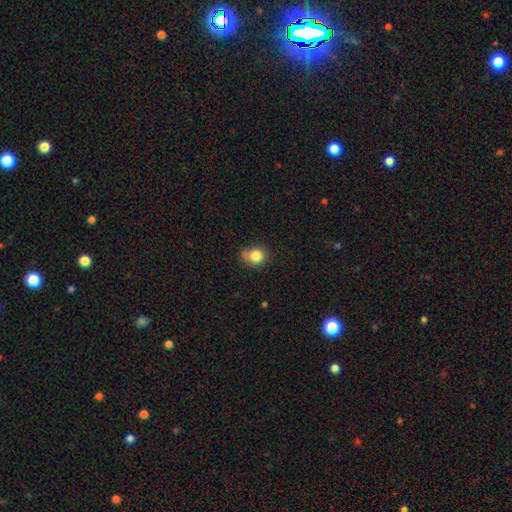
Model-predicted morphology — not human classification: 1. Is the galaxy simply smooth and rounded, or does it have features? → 82% smooth, 10% star or artifact, 8% featured or disk.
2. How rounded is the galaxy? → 74% round, 25% in between, 1% cigar-shaped.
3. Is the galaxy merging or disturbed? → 61% none, 27% minor disturbance, 6% major disturbance, 5% merger.